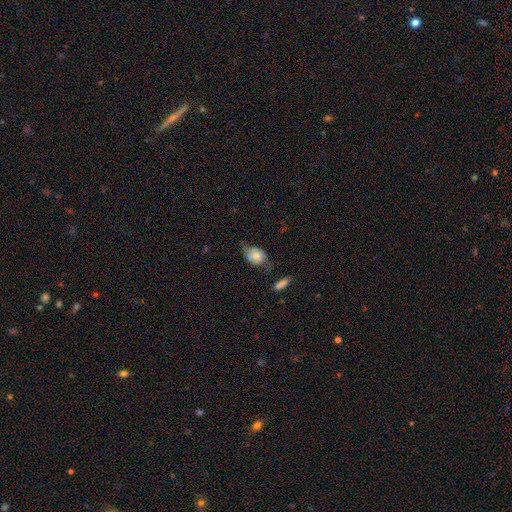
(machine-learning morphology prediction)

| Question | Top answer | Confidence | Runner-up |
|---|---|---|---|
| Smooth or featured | smooth | 62% | featured or disk (30%) |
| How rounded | in between | 63% | round (35%) |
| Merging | none | 40% | minor disturbance (37%) |